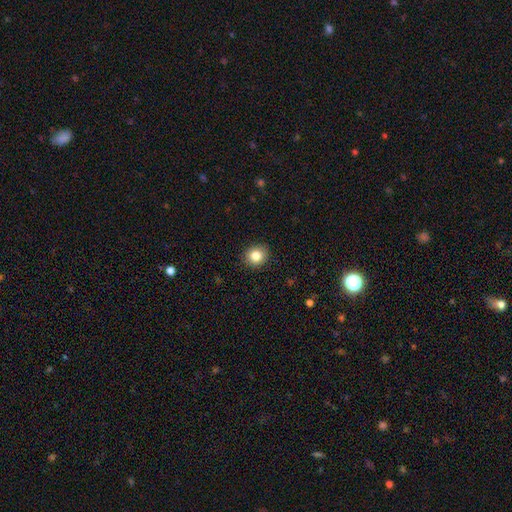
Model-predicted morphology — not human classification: This is clearly a smooth galaxy (83%). How rounded: likely round (78%). Merging: clearly none (91%).